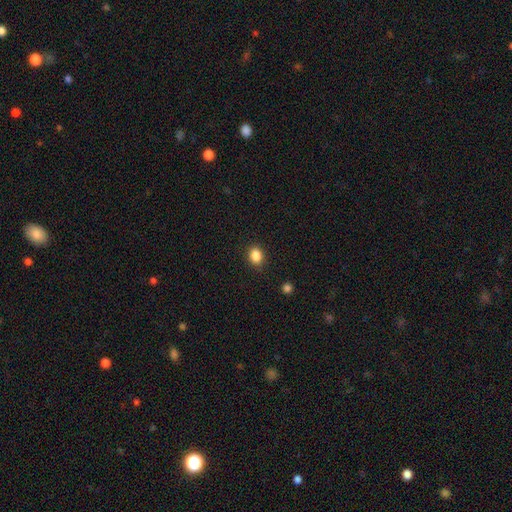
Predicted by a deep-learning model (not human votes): Smooth or featured? Predicted: smooth (p=0.86). How rounded? Predicted: round (p=0.50). Merging? Predicted: none (p=0.88).